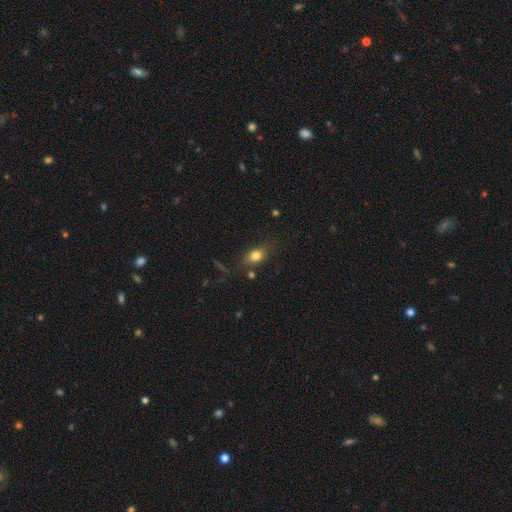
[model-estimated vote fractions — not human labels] Smooth or featured?
  - smooth: 77% *
  - featured or disk: 12%
  - star or artifact: 11%
How rounded?
  - in between: 67% *
  - round: 28%
  - cigar-shaped: 5%
Merging?
  - none: 71% *
  - minor disturbance: 18%
  - major disturbance: 7%
  - merger: 4%